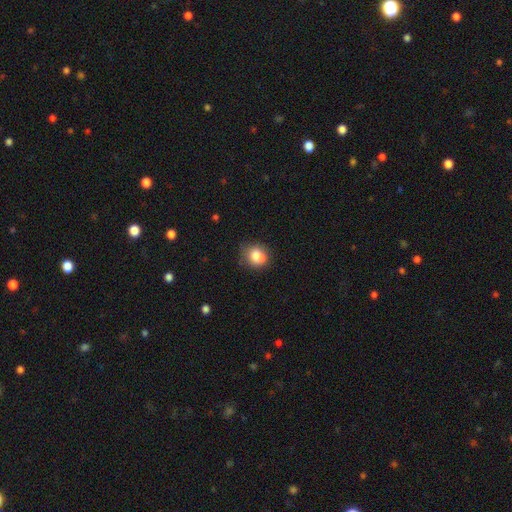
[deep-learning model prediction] smooth_or_featured: smooth (p=0.75) [alt: featured or disk p=0.15]
how_rounded: round (p=0.74) [alt: in between p=0.25]
merging: none (p=0.48) [alt: merger p=0.29]